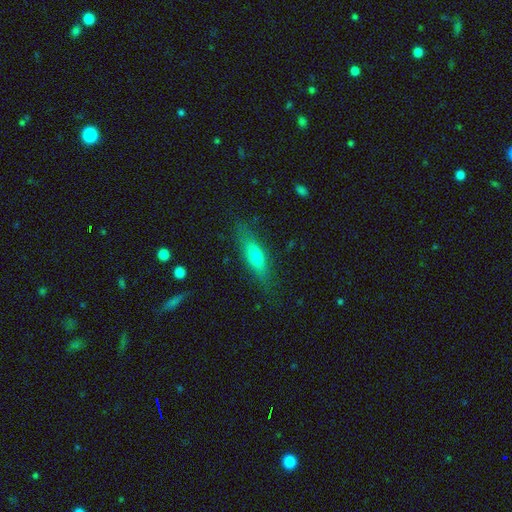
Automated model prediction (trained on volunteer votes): smooth_or_featured: smooth (p=0.59) [alt: featured or disk p=0.33]
how_rounded: cigar-shaped (p=0.60) [alt: in between p=0.36]
merging: none (p=0.80) [alt: minor disturbance p=0.14]